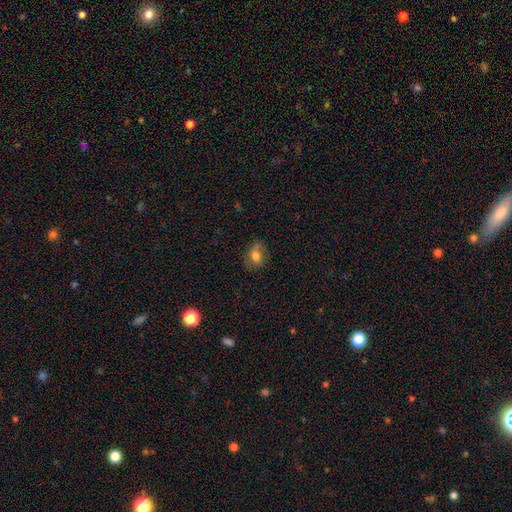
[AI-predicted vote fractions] smooth 73%, featured or disk 16%, star or artifact 11%. Down the decision tree: how rounded — in between (66%); merging — none (65%).